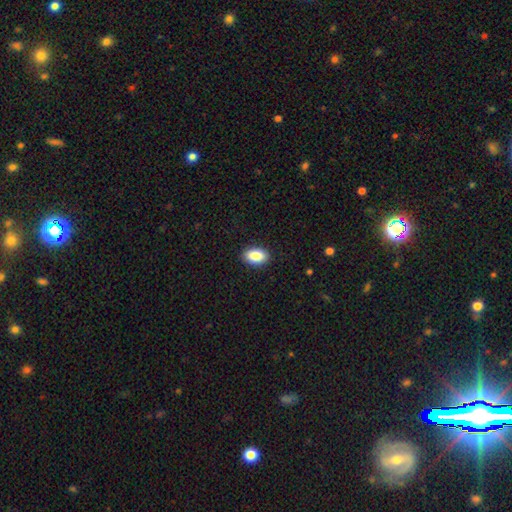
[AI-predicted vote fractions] smooth_or_featured: smooth (p=0.87) [alt: star or artifact p=0.07]
how_rounded: in between (p=0.92) [alt: round p=0.07]
merging: none (p=0.90) [alt: minor disturbance p=0.07]